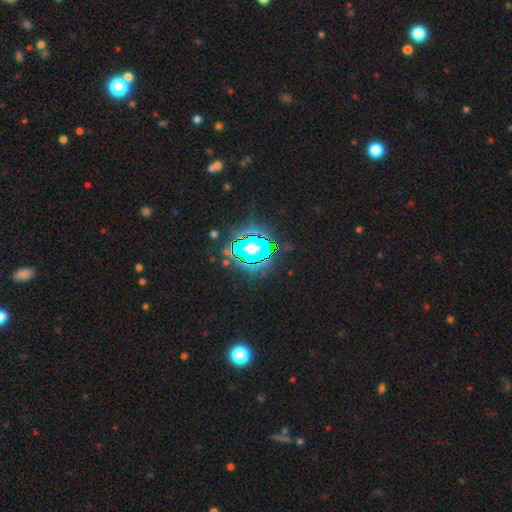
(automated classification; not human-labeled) A star or artifact, not a galaxy (80%).